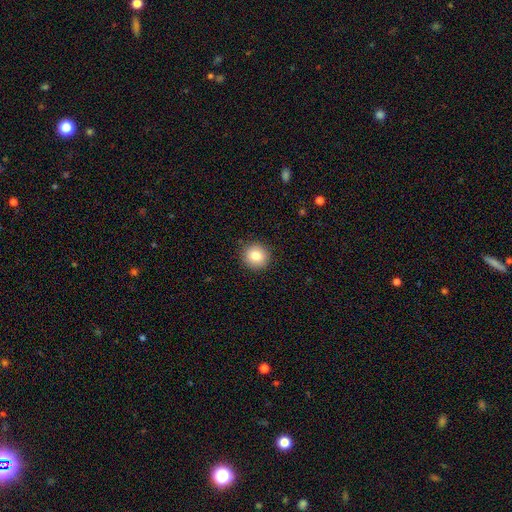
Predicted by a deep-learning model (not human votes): Overall: smooth (83%). How rounded: round (93%). Merging: none (91%).